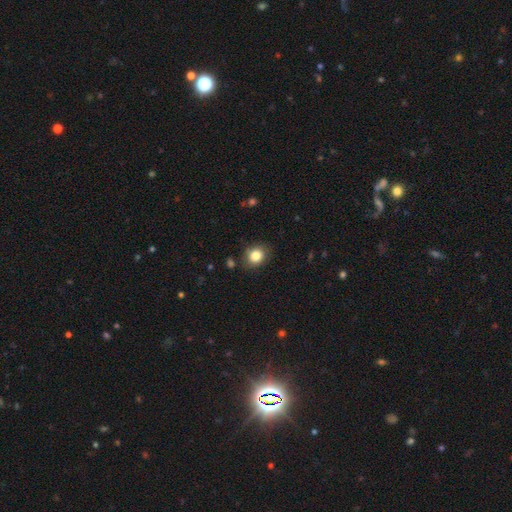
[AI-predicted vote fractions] The model was most divided on "how rounded": round: 62%, in between: 37%, cigar-shaped: 1%. More confident: smooth or featured — smooth (84%); merging — none (81%).